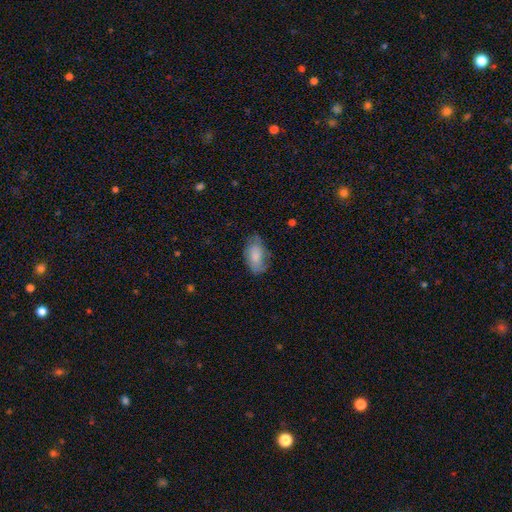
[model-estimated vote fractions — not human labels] Q: Smooth or featured?
A: smooth (73%); runner-up: featured or disk (20%)
Q: How rounded?
A: in between (92%); runner-up: round (6%)
Q: Merging?
A: none (62%); runner-up: minor disturbance (28%)